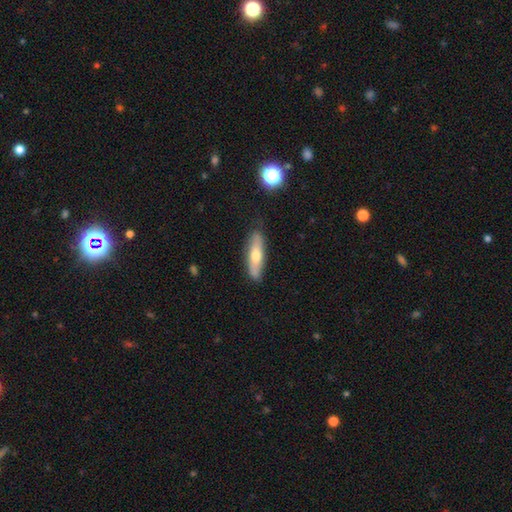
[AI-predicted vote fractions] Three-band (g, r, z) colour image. It shows a smooth galaxy with no disk features (54%) that is cigar-shaped (64%). Merging: none (81%).